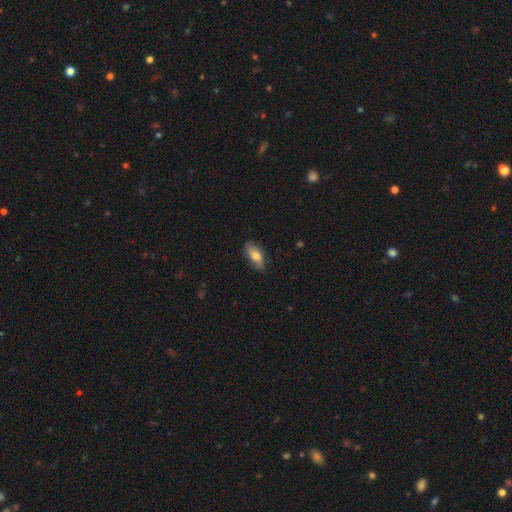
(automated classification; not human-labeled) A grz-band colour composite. It shows a smooth galaxy with no disk features (74%) that is in between round and cigar-shaped (82%). Merging: none (80%).